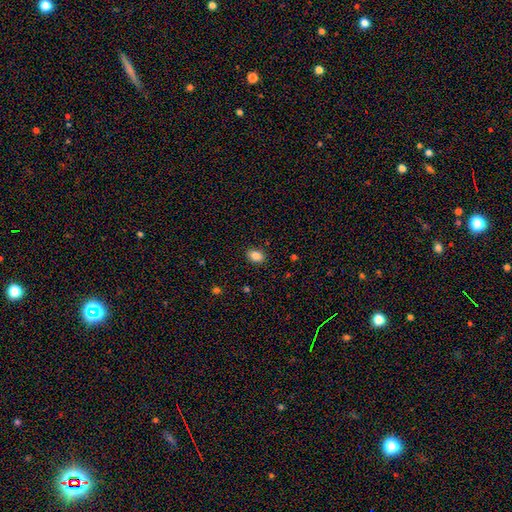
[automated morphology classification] smooth-or-featured: smooth: 86% | star or artifact: 9% | featured or disk: 5%
  how-rounded: in between: 79% | round: 20% | cigar-shaped: 1%
  merging: none: 88% | minor disturbance: 9% | major disturbance: 2% | merger: 1%